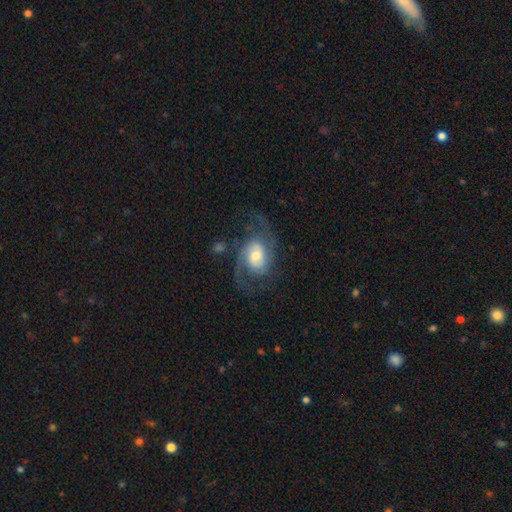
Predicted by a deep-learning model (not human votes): smooth-or-featured: featured or disk: 79% | smooth: 14% | star or artifact: 6%
  disk-edge-on: no: 97% | yes: 3%
    bar: no: 47% | weak: 43% | strong: 10%
    has-spiral-arms: yes: 93% | no: 7%
      spiral-winding: medium: 49% | loose: 34% | tight: 17%
      spiral-arm-count: 2: 78% | can't tell: 8% | 3: 6% | 1: 4% | 4: 2% | more than 4: 2%
    bulge-size: moderate: 57% | small: 25% | large: 14% | none: 2% | dominant: 2%
  merging: none: 60% | major disturbance: 20% | minor disturbance: 17% | merger: 3%